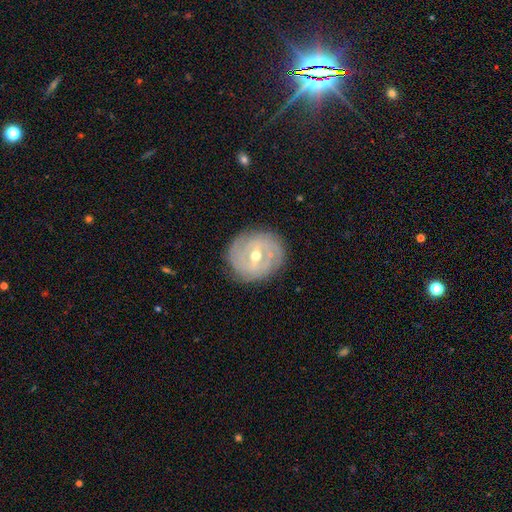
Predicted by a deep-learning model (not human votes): Morphology: type=featured or disk (80%); edge-on=no (96%); bar=weak (51%); spiral arms=yes (86%); winding=tight (71%); arm count=can't tell (36%); bulge=moderate (67%); merging=none (83%).